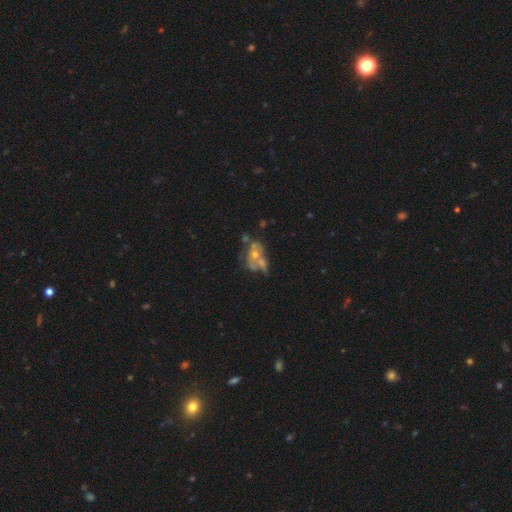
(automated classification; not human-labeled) Morphology: type=featured or disk (53%); edge-on=no (96%); bar=no (89%); spiral arms=no (78%); bulge=moderate (51%); merging=merger (43%).